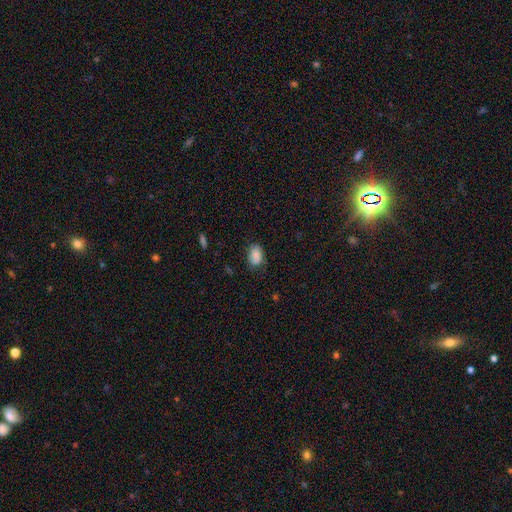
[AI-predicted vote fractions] smooth 85%, star or artifact 8%, featured or disk 7%. Down the decision tree: how rounded — in between (87%); merging — none (72%).